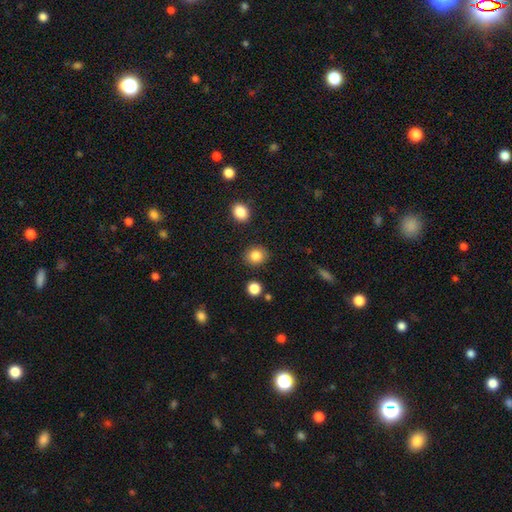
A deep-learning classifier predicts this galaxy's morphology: A smooth galaxy with no disk features (85%) that is round (74%).

Vote fractions:
- Smooth or featured? smooth: 85% / star or artifact: 10% / featured or disk: 5%
- How rounded? round: 74% / in between: 25% / cigar-shaped: 1%
- Merging? none: 88% / minor disturbance: 7% / merger: 3% / major disturbance: 2%